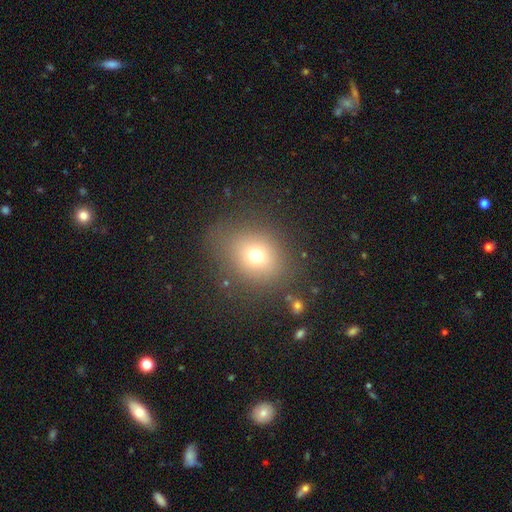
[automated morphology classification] Smooth or featured? smooth (70%)
How rounded? round (66%)
Merging? none (77%)